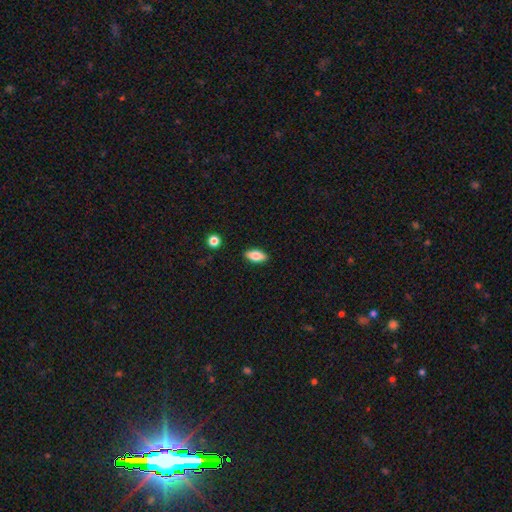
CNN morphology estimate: Smooth or featured?
  - smooth: 77% *
  - featured or disk: 16%
  - star or artifact: 7%
How rounded?
  - in between: 85% *
  - cigar-shaped: 12%
  - round: 3%
Merging?
  - none: 89% *
  - minor disturbance: 8%
  - major disturbance: 2%
  - merger: 1%